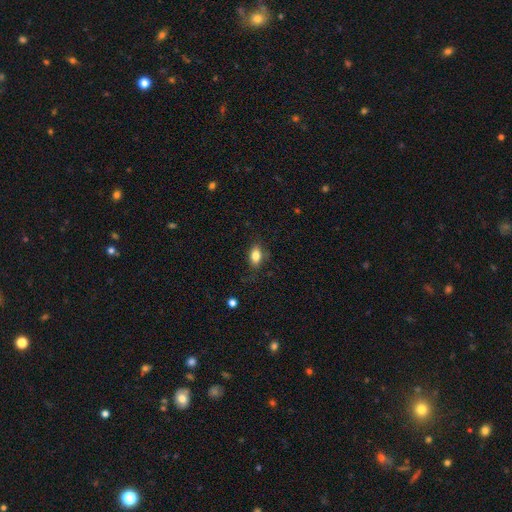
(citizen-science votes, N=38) Overall: smooth (89%). How rounded: in between (79%). Merging: none (71%).